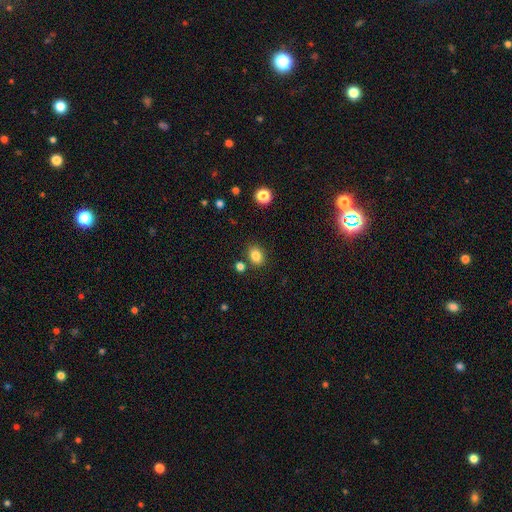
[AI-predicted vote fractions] This is clearly a smooth galaxy (84%). How rounded: possibly in between (57%). Merging: likely none (80%).